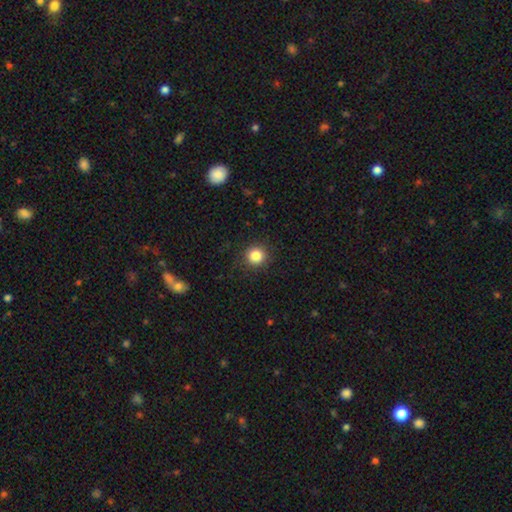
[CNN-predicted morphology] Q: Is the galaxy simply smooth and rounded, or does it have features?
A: smooth — 84%.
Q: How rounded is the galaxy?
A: round — 93%.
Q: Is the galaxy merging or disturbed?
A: none — 90%.